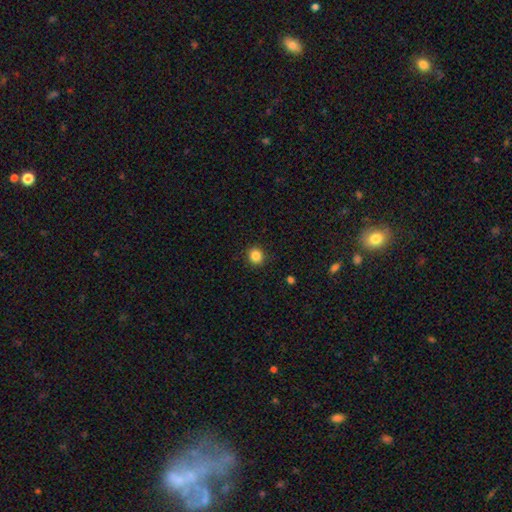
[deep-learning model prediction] This appears to be a smooth galaxy with no disk features (86%) that is round (88%). Merging: none (91%).